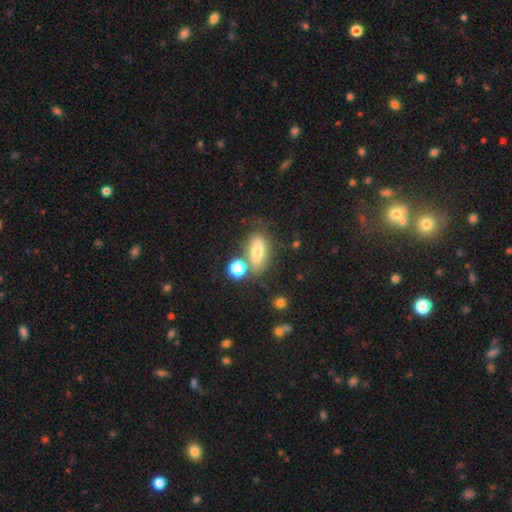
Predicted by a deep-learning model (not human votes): Overall: smooth (73%). How rounded: in between (72%). Merging: none (58%; merger 18%).